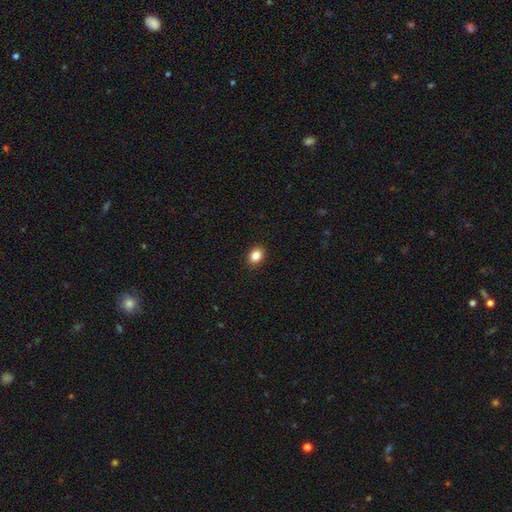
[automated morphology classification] Smooth or featured: smooth — 87% (star or artifact — 9%)
How rounded: in between — 54% (round — 45%)
Merging: none — 91% (minor disturbance — 6%)